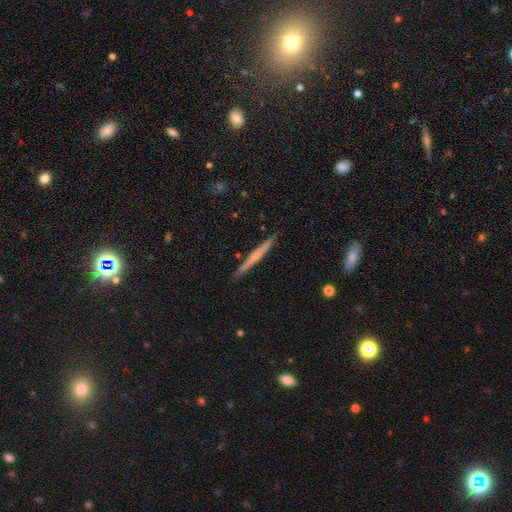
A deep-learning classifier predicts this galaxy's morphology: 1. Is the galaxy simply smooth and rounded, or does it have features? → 48% featured or disk, 46% smooth, 6% star or artifact.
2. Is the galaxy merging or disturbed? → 91% none, 6% minor disturbance, 1% major disturbance, 1% merger.